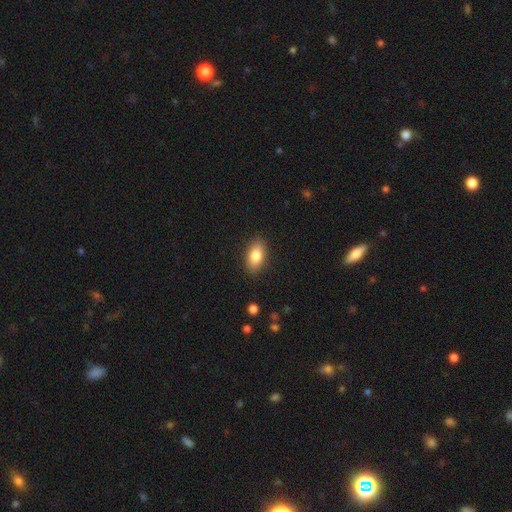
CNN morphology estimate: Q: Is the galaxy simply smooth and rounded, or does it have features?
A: smooth — 83%.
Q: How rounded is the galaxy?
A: in between — 90%.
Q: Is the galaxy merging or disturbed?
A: none — 87%.